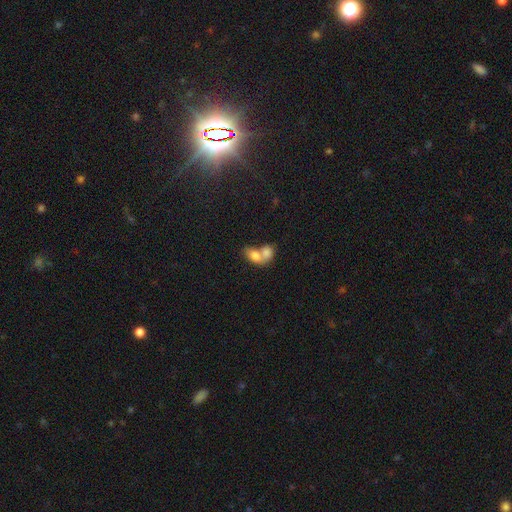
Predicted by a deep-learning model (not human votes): smooth_or_featured: smooth (p=0.76) [alt: featured or disk p=0.17]
how_rounded: in between (p=0.81) [alt: round p=0.17]
merging: merger (p=0.75) [alt: none p=0.15]